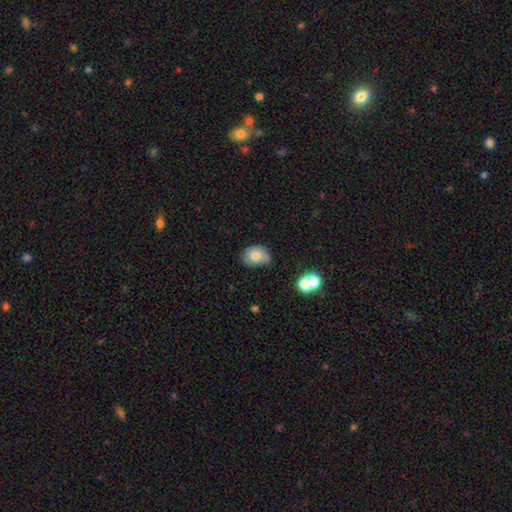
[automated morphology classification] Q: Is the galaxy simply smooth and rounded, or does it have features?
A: smooth — 75%.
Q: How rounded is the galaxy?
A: in between — 55%.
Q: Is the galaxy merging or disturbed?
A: none — 49%.